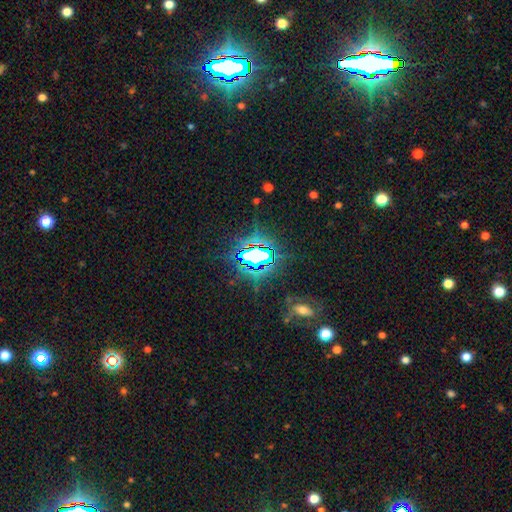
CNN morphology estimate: Q: Smooth or featured?
A: star or artifact (75%); runner-up: smooth (13%)